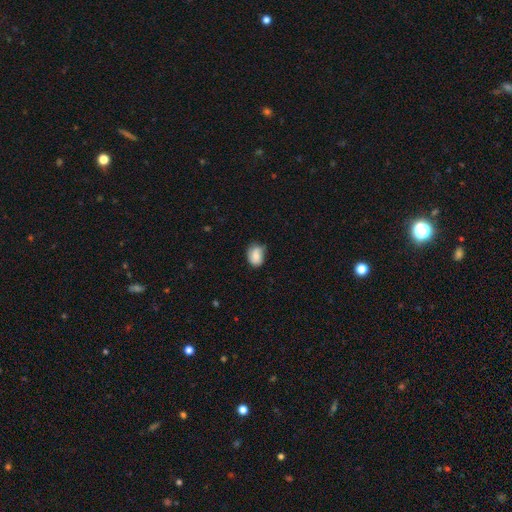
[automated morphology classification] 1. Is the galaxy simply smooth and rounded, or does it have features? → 74% smooth, 18% featured or disk, 8% star or artifact.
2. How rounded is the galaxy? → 68% in between, 31% round, 1% cigar-shaped.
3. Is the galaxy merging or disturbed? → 56% none, 34% minor disturbance, 8% major disturbance, 2% merger.